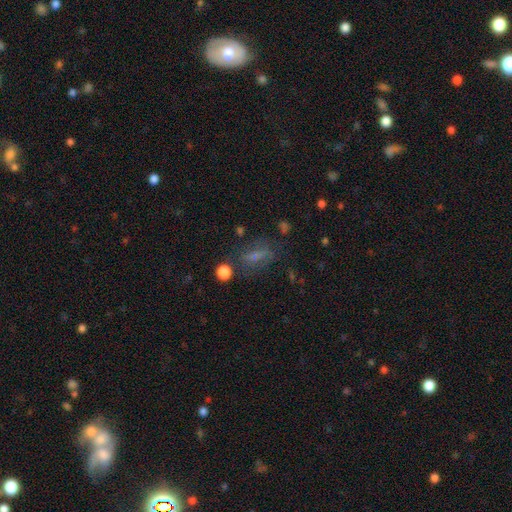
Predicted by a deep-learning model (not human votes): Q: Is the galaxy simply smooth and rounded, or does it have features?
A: smooth — 48%.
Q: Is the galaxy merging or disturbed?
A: none — 61%.